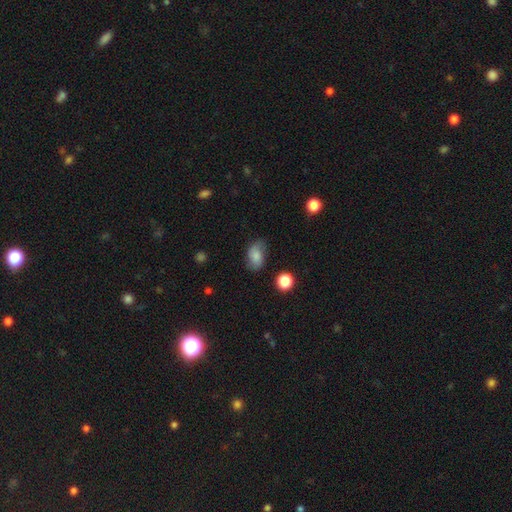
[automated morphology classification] This appears to be a smooth galaxy with no disk features (74%) that is in between round and cigar-shaped (86%). Merging: none (69%).